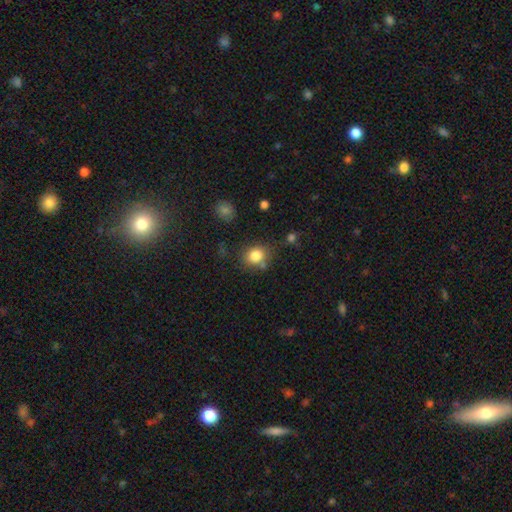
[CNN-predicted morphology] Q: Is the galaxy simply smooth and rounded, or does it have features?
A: smooth — 83%.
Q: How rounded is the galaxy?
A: round — 68%.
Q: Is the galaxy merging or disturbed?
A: none — 72%.